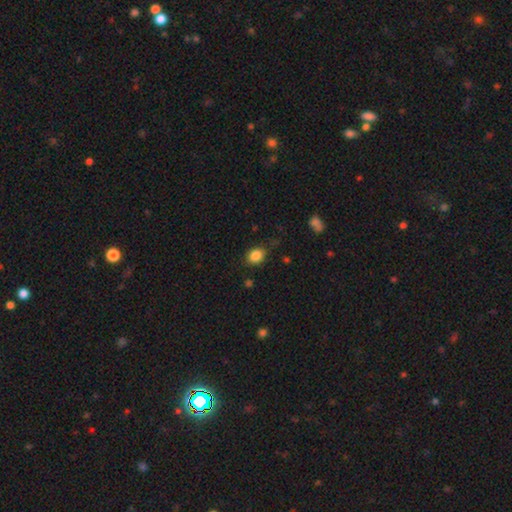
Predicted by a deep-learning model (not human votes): smooth 85%, star or artifact 10%, featured or disk 5%. Down the decision tree: how rounded — round (50%); merging — none (82%).